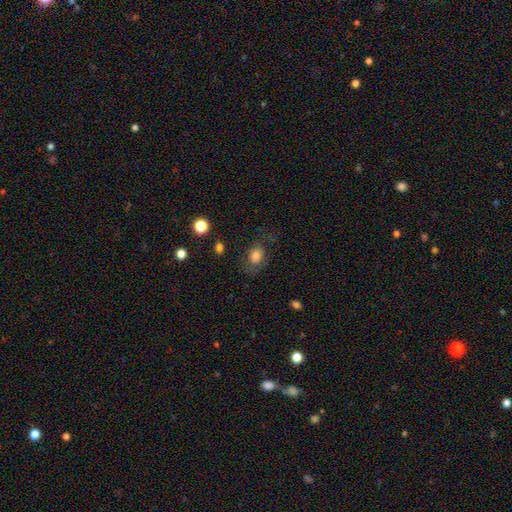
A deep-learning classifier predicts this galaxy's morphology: Smooth or featured? smooth (73%)
How rounded? in between (67%)
Merging? none (65%)